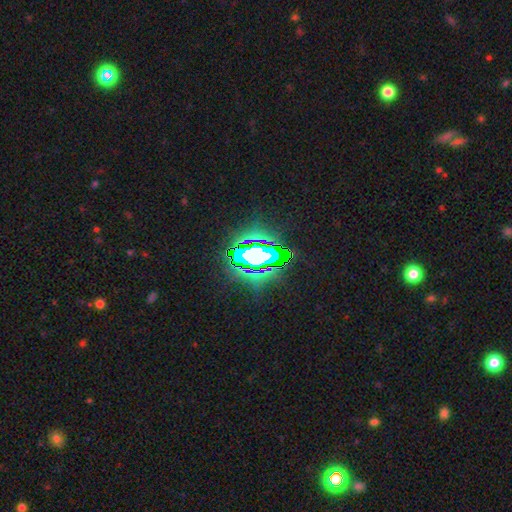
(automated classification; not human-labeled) A star or artifact, not a galaxy (66%).

Vote fractions:
- Smooth or featured? star or artifact: 66% / smooth: 18% / featured or disk: 17%